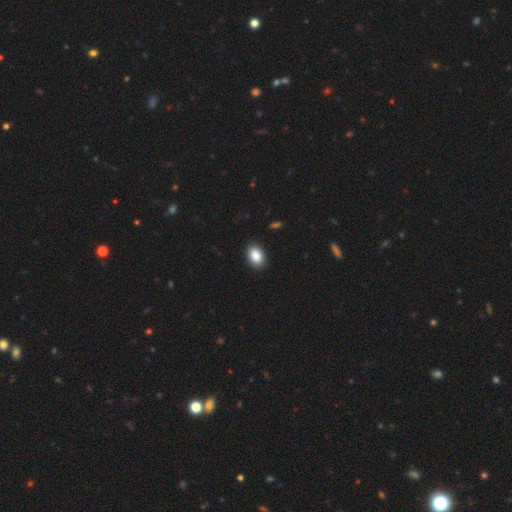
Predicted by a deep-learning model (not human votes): Smooth or featured?
  - smooth: 88% *
  - star or artifact: 8%
  - featured or disk: 4%
How rounded?
  - in between: 81% *
  - round: 18%
  - cigar-shaped: 1%
Merging?
  - none: 91% *
  - minor disturbance: 7%
  - major disturbance: 2%
  - merger: 1%